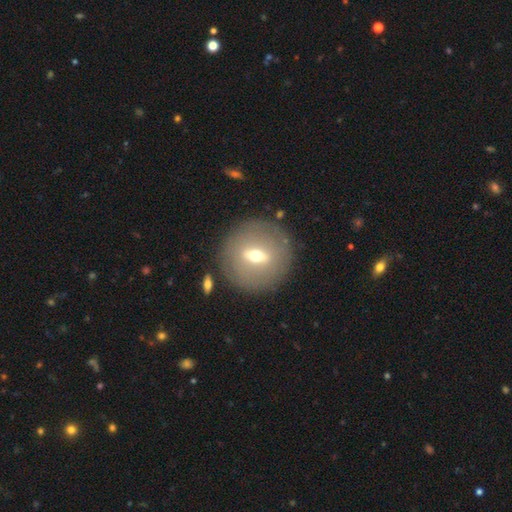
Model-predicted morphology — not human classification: Smooth or featured? Predicted: featured or disk (p=0.57). Edge-on disk? Predicted: no (p=0.69). Merging? Predicted: none (p=0.85).